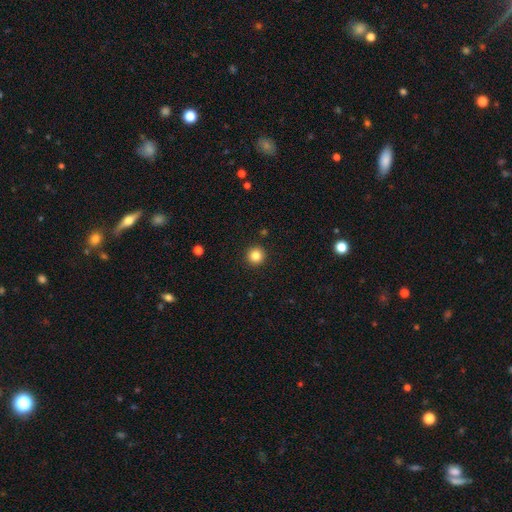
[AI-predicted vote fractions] Morphology: type=smooth (84%); roundness=round (96%); merging=none (93%).